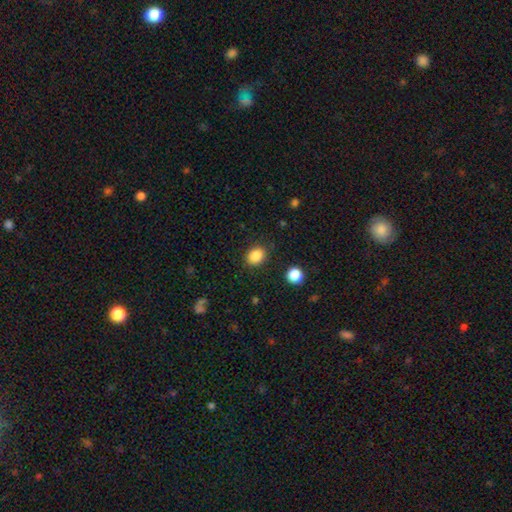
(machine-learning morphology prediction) smooth_or_featured: smooth (p=0.86) [alt: star or artifact p=0.10]
how_rounded: round (p=0.52) [alt: in between p=0.47]
merging: none (p=0.86) [alt: minor disturbance p=0.09]